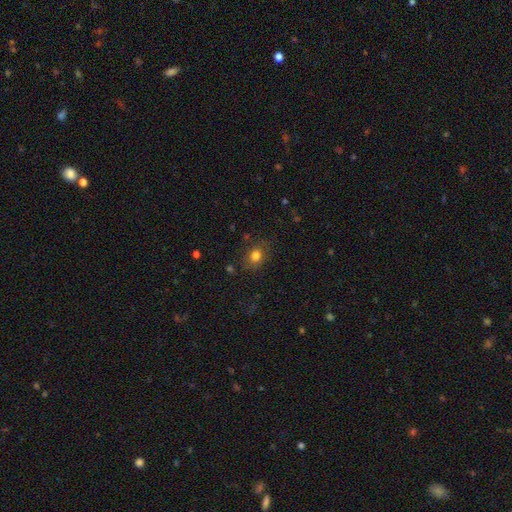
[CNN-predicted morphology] smooth-or-featured: smooth: 78% | star or artifact: 13% | featured or disk: 9%
  how-rounded: round: 56% | in between: 43% | cigar-shaped: 1%
  merging: none: 79% | minor disturbance: 15% | major disturbance: 5% | merger: 2%